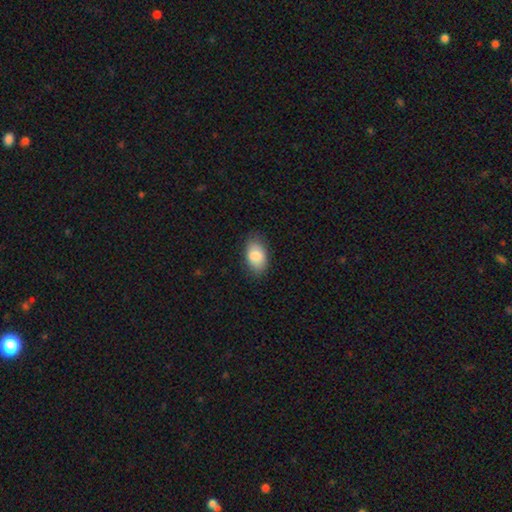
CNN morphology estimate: The model was most divided on "merging": none: 81%, minor disturbance: 15%, major disturbance: 3%, merger: 1%. More confident: how rounded — in between (92%); smooth or featured — smooth (85%).